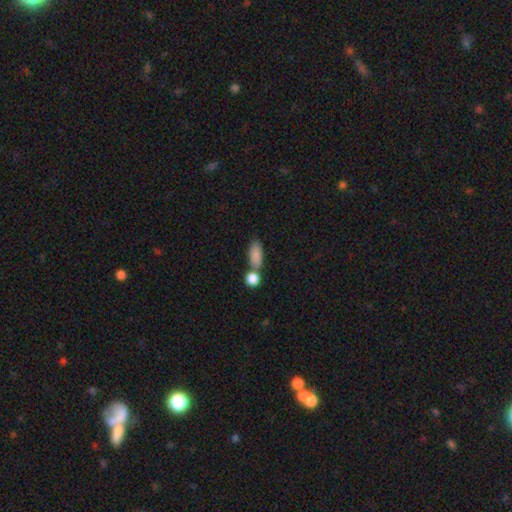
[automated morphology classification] This is clearly a smooth galaxy (86%). How rounded: likely in between (77%). Merging: possibly none (52%).